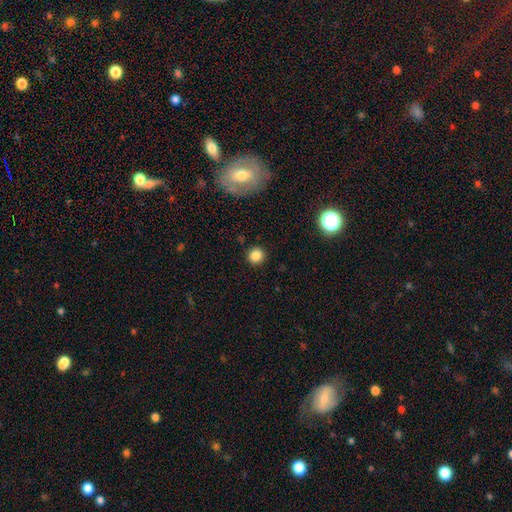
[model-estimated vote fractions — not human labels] Q: Smooth or featured?
A: smooth (85%); runner-up: star or artifact (11%)
Q: How rounded?
A: round (93%); runner-up: in between (6%)
Q: Merging?
A: none (91%); runner-up: minor disturbance (6%)